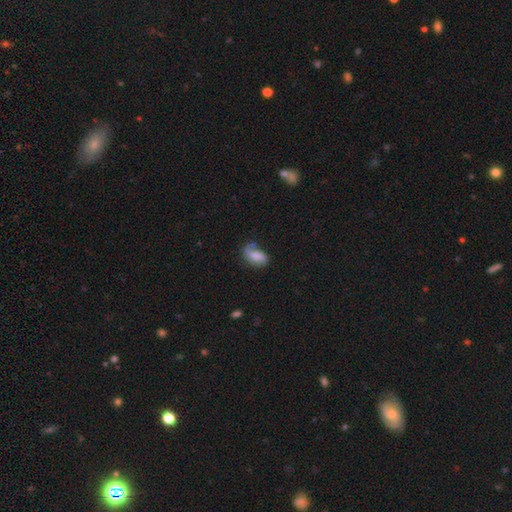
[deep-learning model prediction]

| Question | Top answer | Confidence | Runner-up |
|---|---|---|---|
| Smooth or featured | smooth | 59% | featured or disk (32%) |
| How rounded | in between | 90% | round (7%) |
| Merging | none | 47% | minor disturbance (30%) |